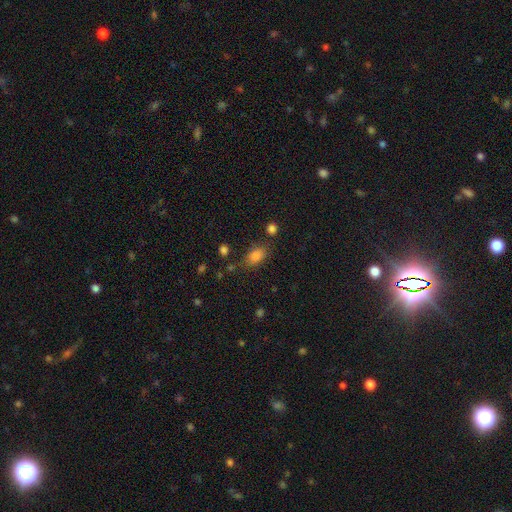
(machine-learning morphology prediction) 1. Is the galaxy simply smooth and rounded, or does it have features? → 82% smooth, 11% star or artifact, 6% featured or disk.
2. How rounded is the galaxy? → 85% in between, 12% round, 3% cigar-shaped.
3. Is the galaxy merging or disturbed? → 72% none, 17% minor disturbance, 6% major disturbance, 5% merger.